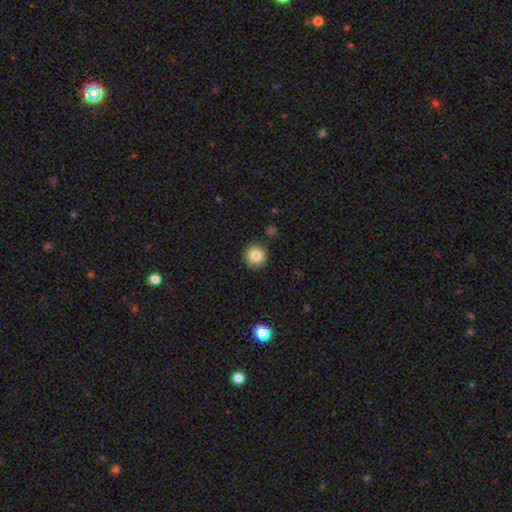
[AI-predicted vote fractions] Smooth or featured? Predicted: smooth (p=0.84). How rounded? Predicted: round (p=0.95). Merging? Predicted: none (p=0.90).